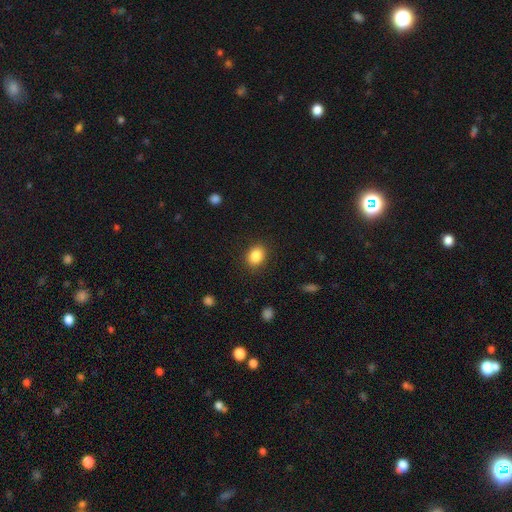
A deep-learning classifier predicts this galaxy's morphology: This is clearly a smooth galaxy (87%). How rounded: possibly in between (59%). Merging: clearly none (87%).